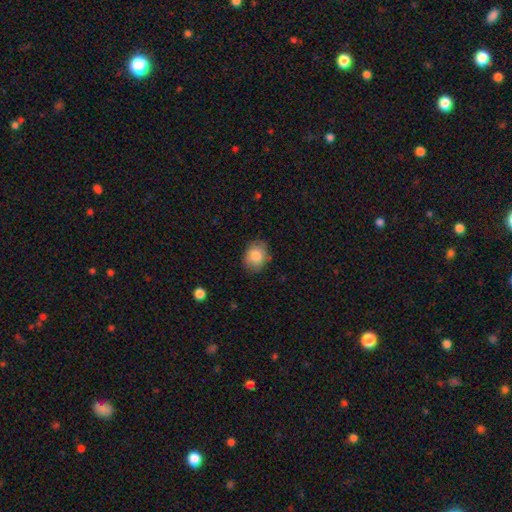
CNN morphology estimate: A smooth galaxy with no disk features (84%) that is in between round and cigar-shaped (57%).

Vote fractions:
- Smooth or featured? smooth: 84% / featured or disk: 9% / star or artifact: 7%
- How rounded? in between: 57% / round: 42% / cigar-shaped: 1%
- Merging? none: 79% / minor disturbance: 16% / major disturbance: 4% / merger: 1%